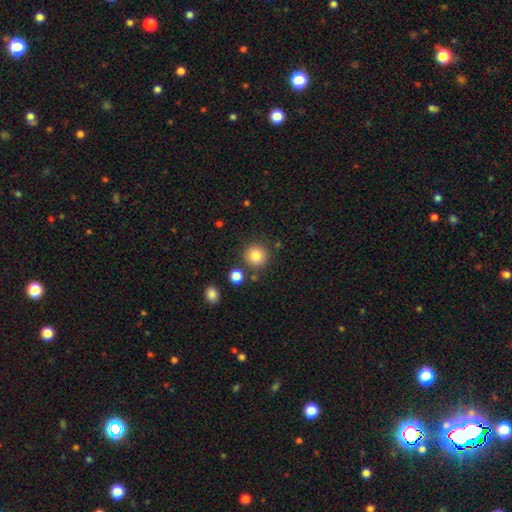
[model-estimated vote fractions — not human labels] Smooth or featured? smooth (83%)
How rounded? round (94%)
Merging? none (85%)